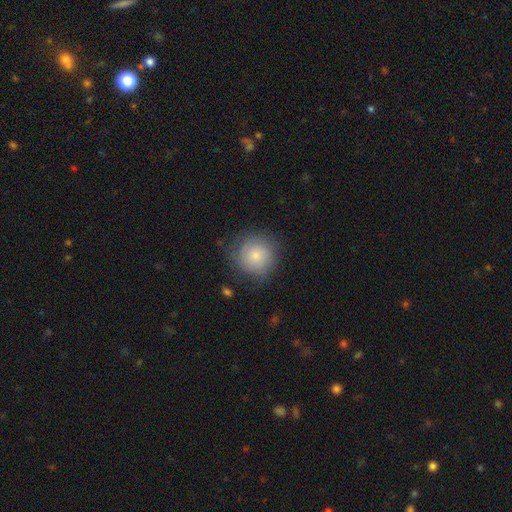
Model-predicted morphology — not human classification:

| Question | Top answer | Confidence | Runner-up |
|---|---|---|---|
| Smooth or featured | smooth | 73% | featured or disk (20%) |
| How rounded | round | 93% | in between (6%) |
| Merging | none | 75% | minor disturbance (17%) |